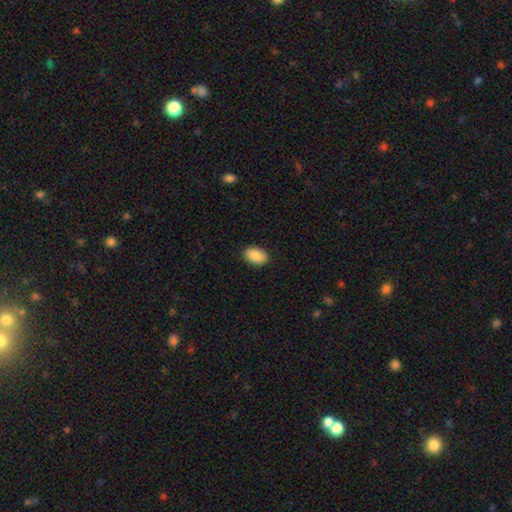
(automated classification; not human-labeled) Overall: smooth (89%). How rounded: in between (90%). Merging: none (89%).